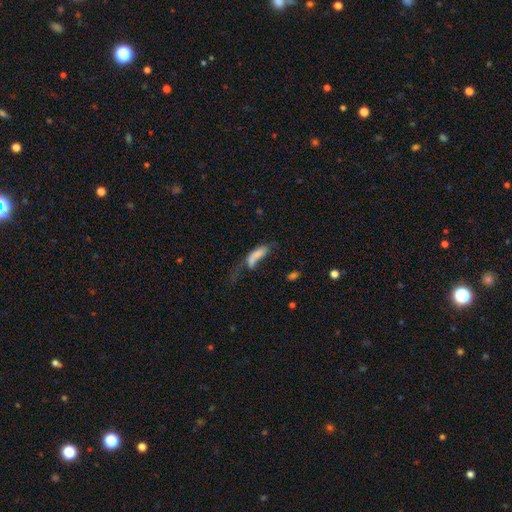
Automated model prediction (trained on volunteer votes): Smooth or featured? Predicted: smooth (p=0.67). How rounded? Predicted: in between (p=0.58). Merging? Predicted: major disturbance (p=0.39).